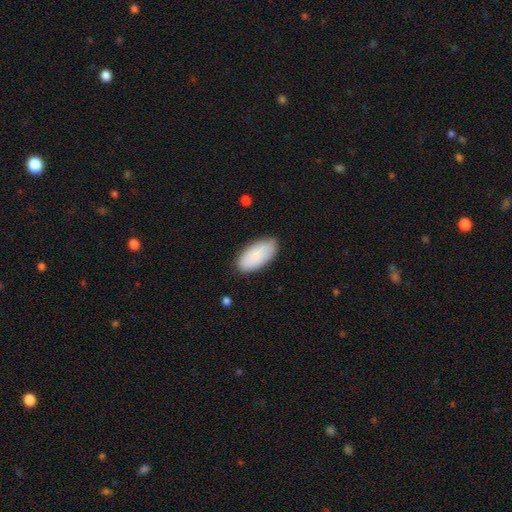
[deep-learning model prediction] Morphology: type=smooth (88%); roundness=in between (93%); merging=none (82%).